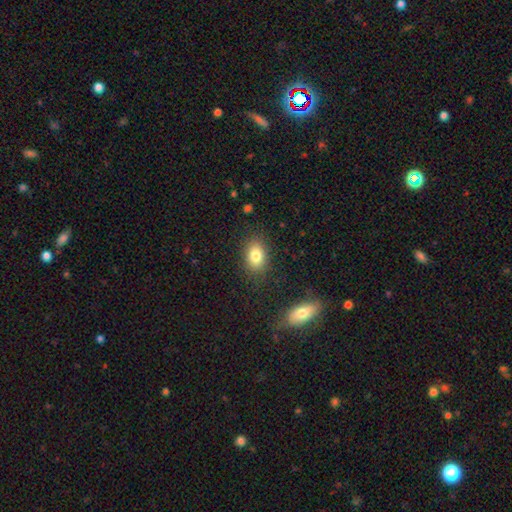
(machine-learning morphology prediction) This is clearly a smooth galaxy (82%). How rounded: likely in between (80%). Merging: clearly none (84%).